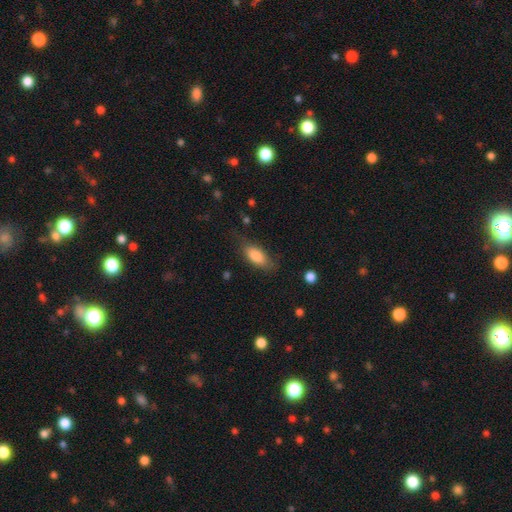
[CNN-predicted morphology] Q: Smooth or featured?
A: smooth (82%); runner-up: featured or disk (11%)
Q: How rounded?
A: in between (84%); runner-up: cigar-shaped (13%)
Q: Merging?
A: none (68%); runner-up: minor disturbance (21%)